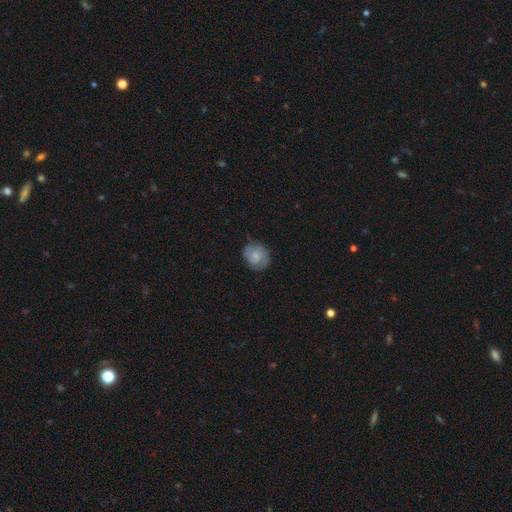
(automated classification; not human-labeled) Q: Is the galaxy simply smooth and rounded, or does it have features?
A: smooth — 62%.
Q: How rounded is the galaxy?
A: round — 70%.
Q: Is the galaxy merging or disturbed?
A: none — 73%.